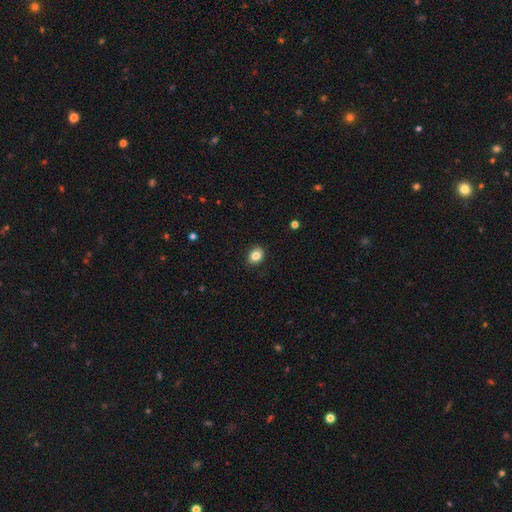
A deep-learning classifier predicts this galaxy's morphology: This appears to be a smooth galaxy with no disk features (84%) that is in between round and cigar-shaped (53%). Merging: none (87%).